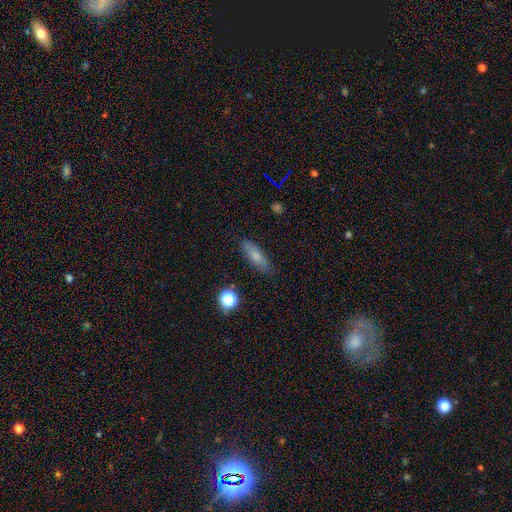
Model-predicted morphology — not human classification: Smooth or featured? Predicted: smooth (p=0.73). How rounded? Predicted: in between (p=0.54). Merging? Predicted: none (p=0.84).